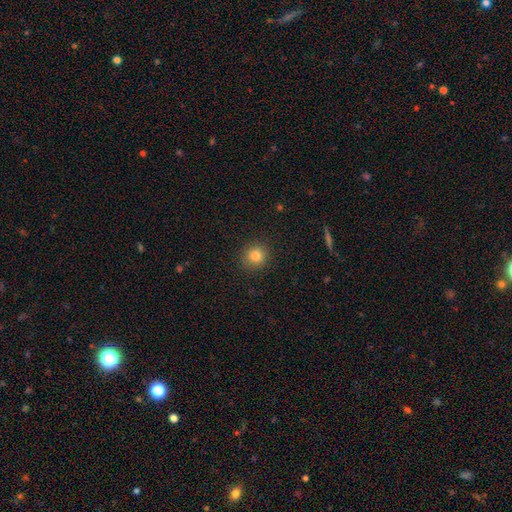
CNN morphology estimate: type=smooth (81%); roundness=round (90%); merging=none (90%).